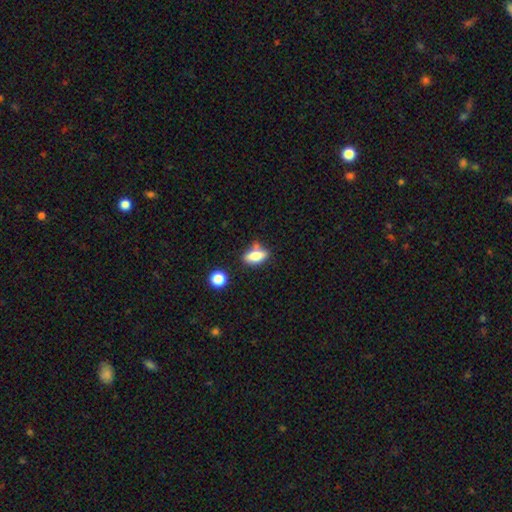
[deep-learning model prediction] Morphology: type=smooth (75%); roundness=in between (80%); merging=none (64%).